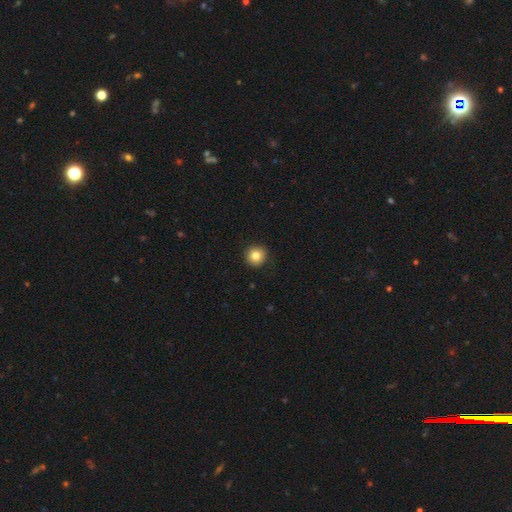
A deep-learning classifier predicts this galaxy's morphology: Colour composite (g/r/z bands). It shows a smooth galaxy with no disk features (83%) that is round (94%). Merging: none (92%).